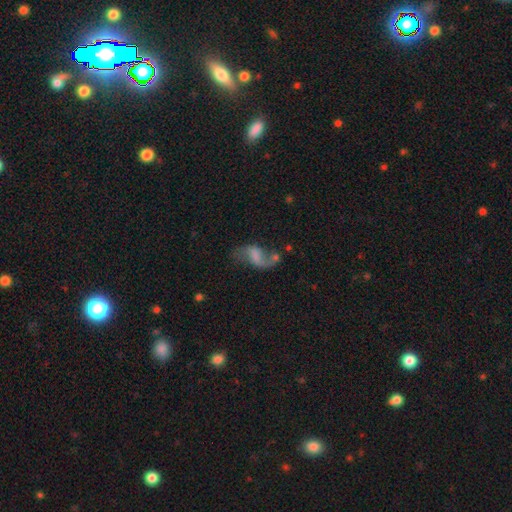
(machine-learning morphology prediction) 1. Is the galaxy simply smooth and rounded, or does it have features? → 68% featured or disk, 22% smooth, 9% star or artifact.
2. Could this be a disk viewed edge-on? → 97% no, 3% yes.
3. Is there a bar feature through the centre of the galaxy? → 47% weak, 33% no, 20% strong.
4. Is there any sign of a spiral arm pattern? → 86% yes, 14% no.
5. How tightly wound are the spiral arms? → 83% loose, 14% medium, 3% tight.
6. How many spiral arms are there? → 80% 2, 14% 1, 3% can't tell, 1% 3, 1% 4, 1% more than 4.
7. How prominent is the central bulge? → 51% none, 21% small, 18% moderate, 8% large, 2% dominant.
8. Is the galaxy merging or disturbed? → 45% none, 21% major disturbance, 21% minor disturbance, 13% merger.